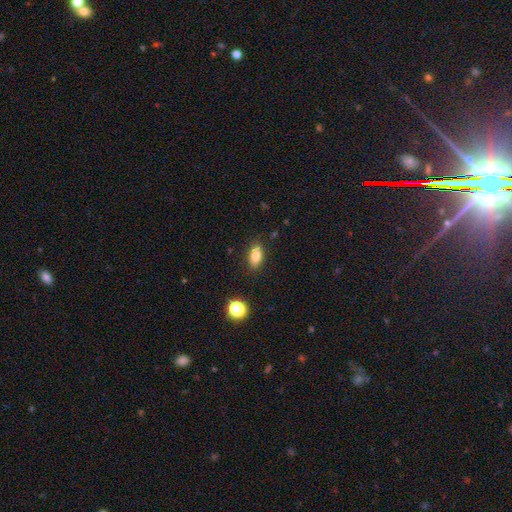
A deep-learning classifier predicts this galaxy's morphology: Overall: smooth (81%). How rounded: in between (85%). Merging: none (86%).